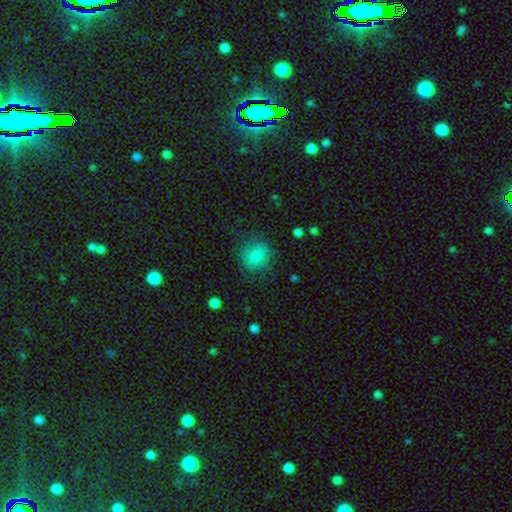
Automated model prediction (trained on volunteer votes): Smooth or featured?
  - smooth: 81% *
  - featured or disk: 11%
  - star or artifact: 9%
How rounded?
  - round: 85% *
  - in between: 14%
  - cigar-shaped: 1%
Merging?
  - none: 79% *
  - minor disturbance: 14%
  - major disturbance: 6%
  - merger: 1%